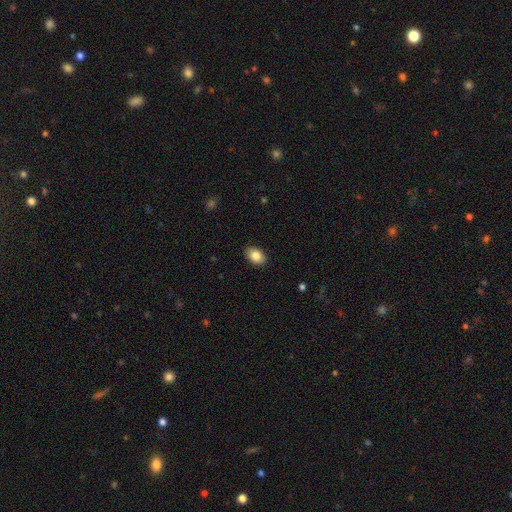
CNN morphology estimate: Smooth or featured? Predicted: smooth (p=0.84). How rounded? Predicted: in between (p=0.85). Merging? Predicted: none (p=0.89).